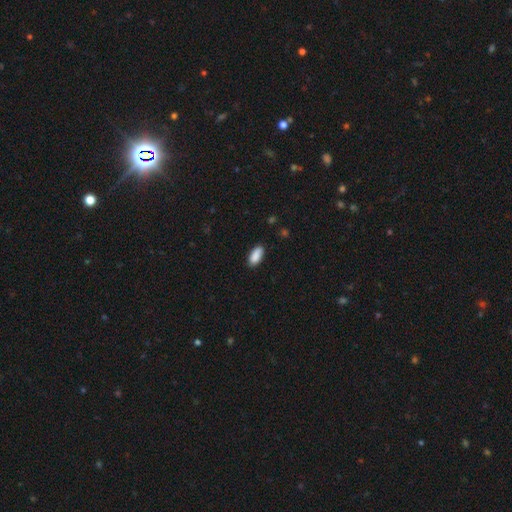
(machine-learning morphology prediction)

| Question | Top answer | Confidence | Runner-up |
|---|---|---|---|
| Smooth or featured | smooth | 89% | star or artifact (7%) |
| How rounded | in between | 87% | cigar-shaped (11%) |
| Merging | none | 84% | minor disturbance (12%) |